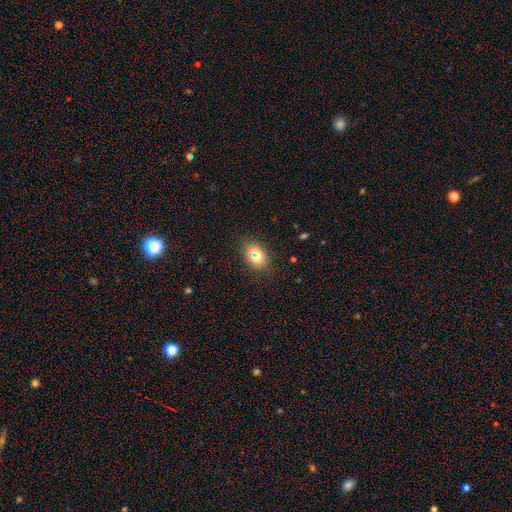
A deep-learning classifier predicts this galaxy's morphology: Smooth or featured? Predicted: smooth (p=0.71). How rounded? Predicted: in between (p=0.60). Merging? Predicted: none (p=0.82).